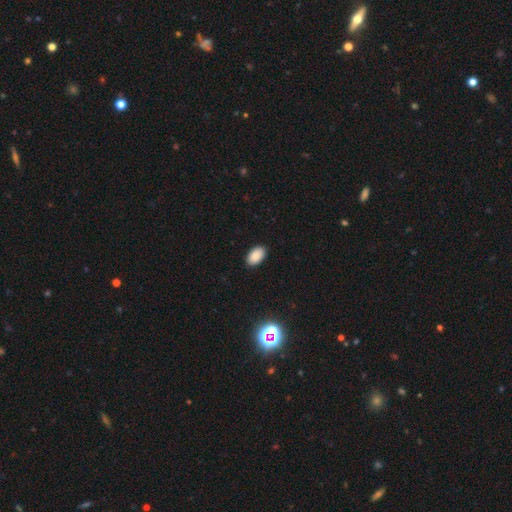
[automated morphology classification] This is clearly a smooth galaxy (88%). How rounded: clearly in between (94%). Merging: clearly none (90%).